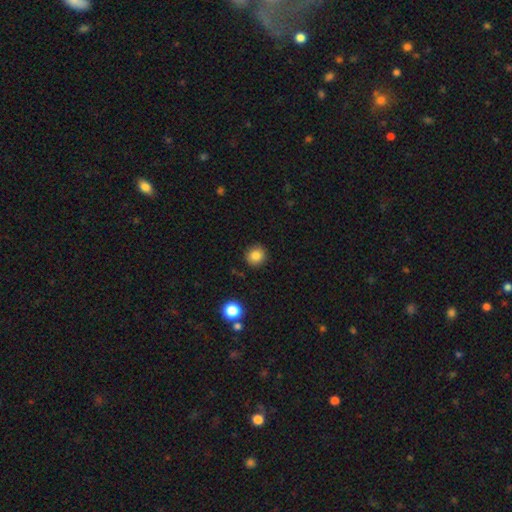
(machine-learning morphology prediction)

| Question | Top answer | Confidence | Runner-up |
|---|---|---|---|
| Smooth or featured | smooth | 83% | star or artifact (11%) |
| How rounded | round | 92% | in between (7%) |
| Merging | none | 90% | minor disturbance (7%) |